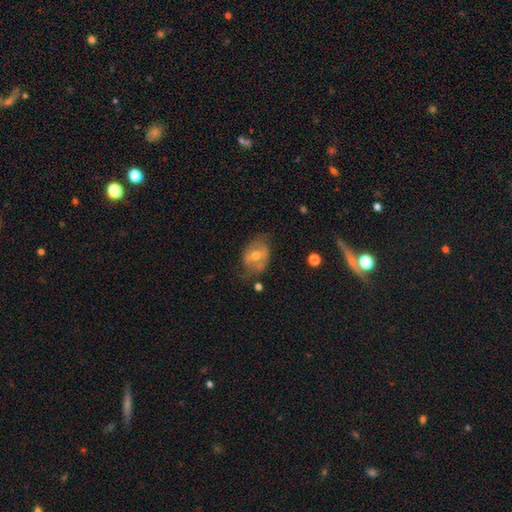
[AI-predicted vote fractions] A featured or disk galaxy (54%). Merging: none (58%).